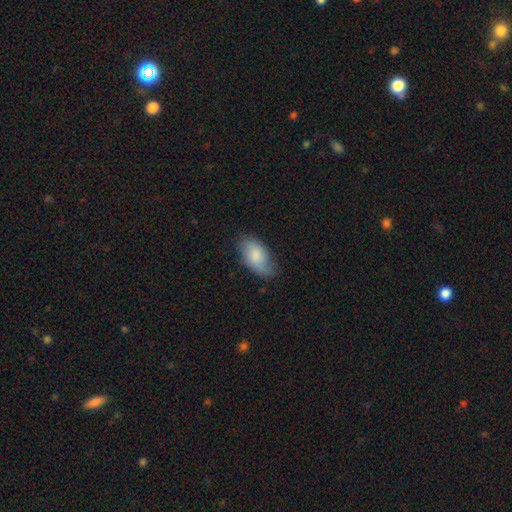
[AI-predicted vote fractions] Smooth or featured? Predicted: smooth (p=0.79). How rounded? Predicted: in between (p=0.94). Merging? Predicted: none (p=0.63).